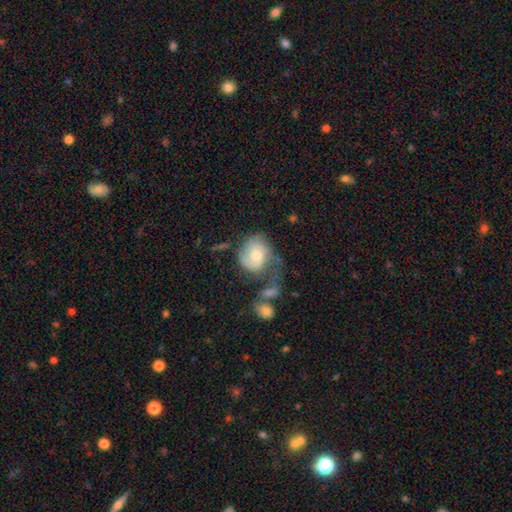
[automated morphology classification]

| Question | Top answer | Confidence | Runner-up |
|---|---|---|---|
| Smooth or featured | featured or disk | 49% | smooth (44%) |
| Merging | none | 35% | major disturbance (27%) |